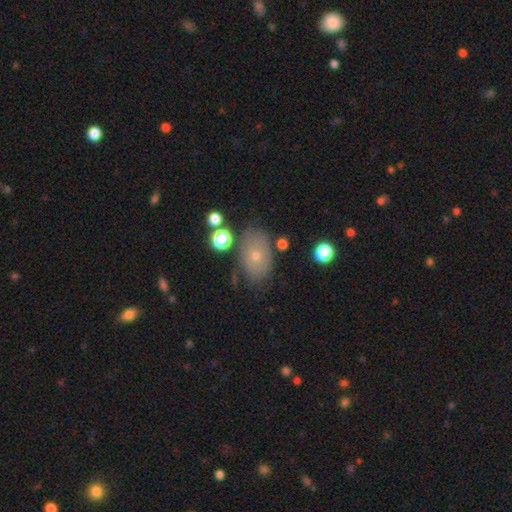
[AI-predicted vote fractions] Q: Smooth or featured?
A: smooth (58%); runner-up: featured or disk (30%)
Q: How rounded?
A: in between (80%); runner-up: round (18%)
Q: Merging?
A: none (69%); runner-up: minor disturbance (20%)